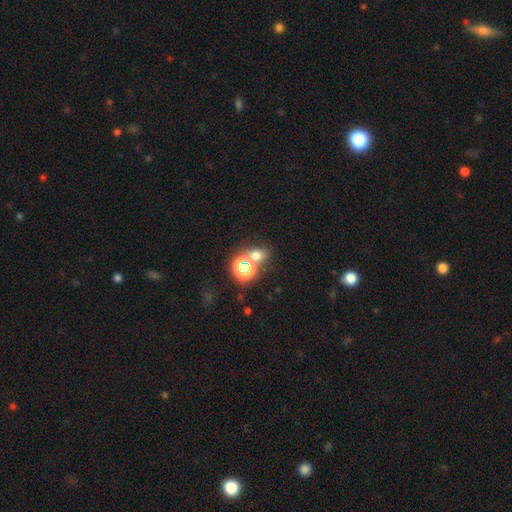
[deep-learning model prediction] Smooth or featured: smooth — 57% (star or artifact — 33%)
How rounded: round — 56% (in between — 43%)
Merging: none — 60% (merger — 27%)